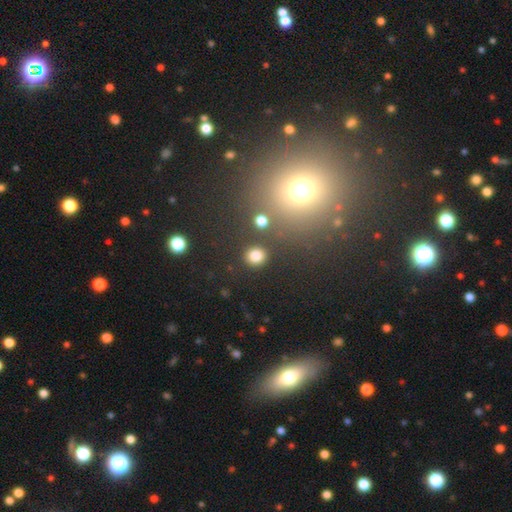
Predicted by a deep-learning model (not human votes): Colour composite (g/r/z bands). It shows a smooth galaxy with no disk features (82%) that is round (82%). Merging: none (87%).